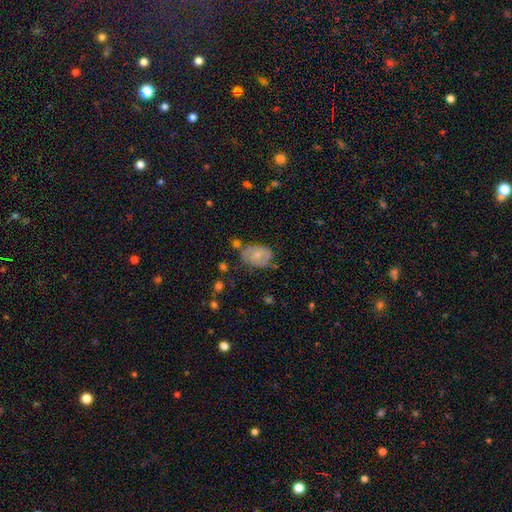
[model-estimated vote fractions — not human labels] smooth-or-featured: featured or disk: 51% | smooth: 41% | star or artifact: 8%
  disk-edge-on: no: 96% | yes: 4%
  merging: none: 52% | minor disturbance: 30% | major disturbance: 11% | merger: 8%